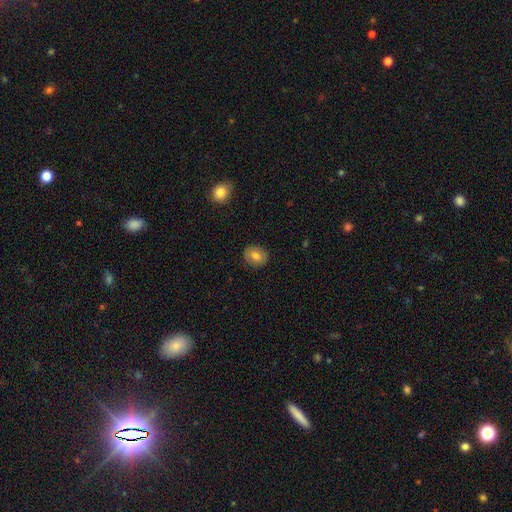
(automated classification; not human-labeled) This is likely a smooth galaxy (76%). How rounded: possibly round (56%). Merging: clearly none (88%).